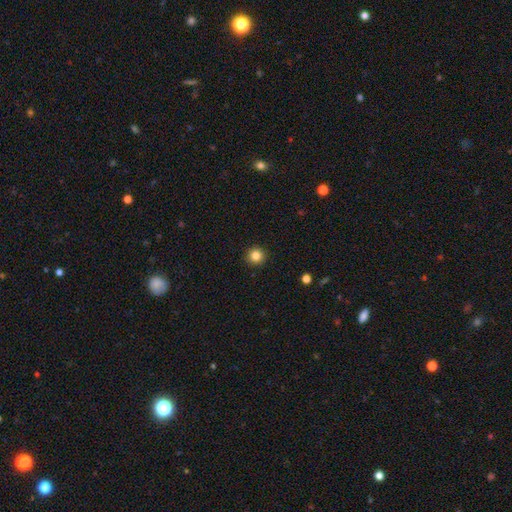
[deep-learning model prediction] Smooth or featured: smooth — 85% (star or artifact — 11%)
How rounded: round — 95% (in between — 4%)
Merging: none — 93% (minor disturbance — 5%)